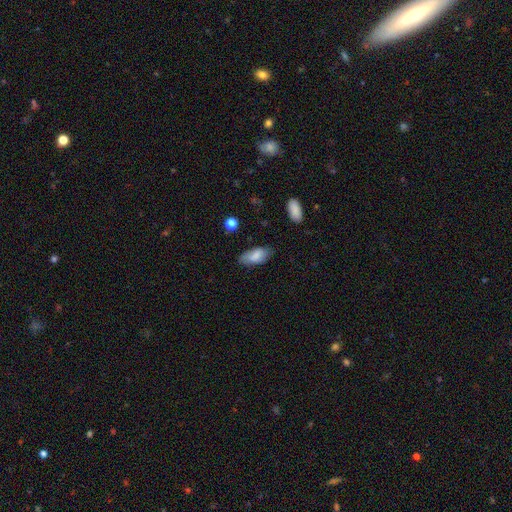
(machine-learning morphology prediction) This appears to be a smooth galaxy with no disk features (79%) that is in between round and cigar-shaped (87%). Merging: none (68%).